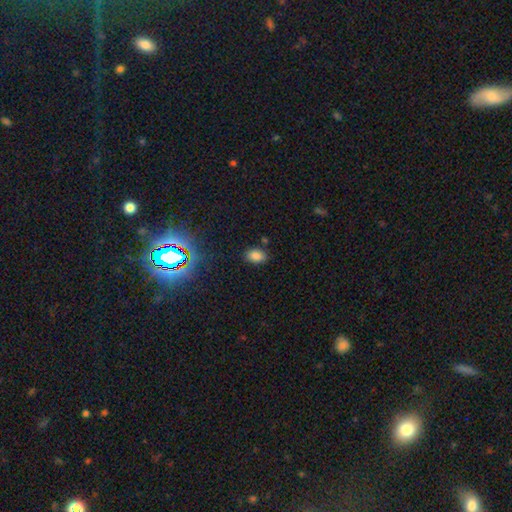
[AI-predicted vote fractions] A smooth galaxy with no disk features (79%) that is in between round and cigar-shaped (85%). Merging: none (82%).